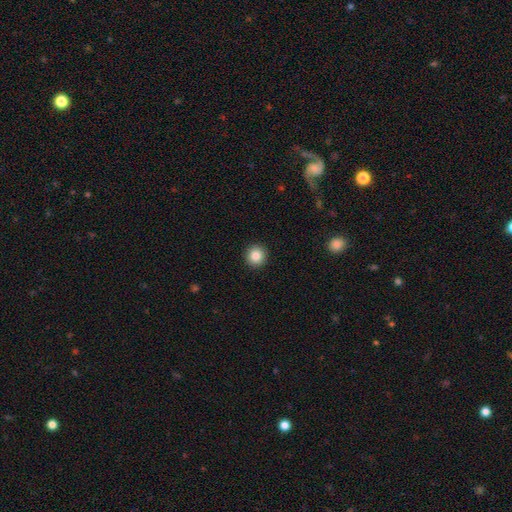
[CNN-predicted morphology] type=smooth (85%); roundness=round (93%); merging=none (93%).